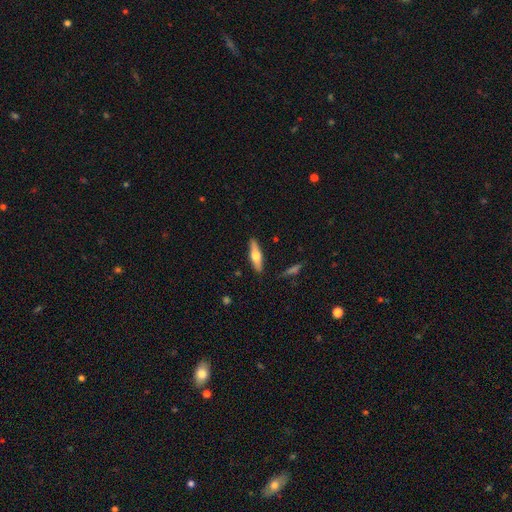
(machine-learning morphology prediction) Overall: smooth (47%, tied with featured or disk). Merging: none (88%).